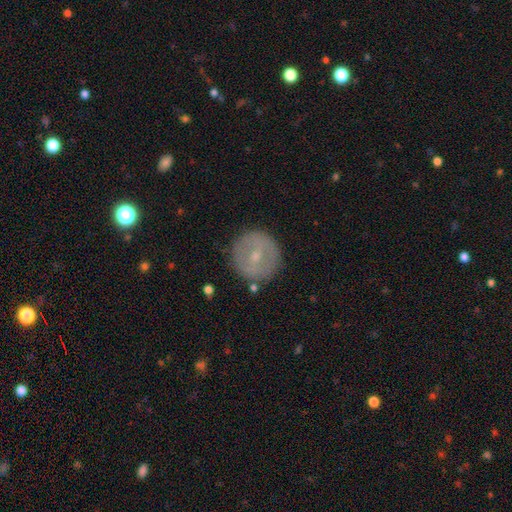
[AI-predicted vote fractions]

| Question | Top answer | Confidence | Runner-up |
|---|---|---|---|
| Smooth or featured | smooth | 48% | featured or disk (43%) |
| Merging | none | 87% | minor disturbance (9%) |